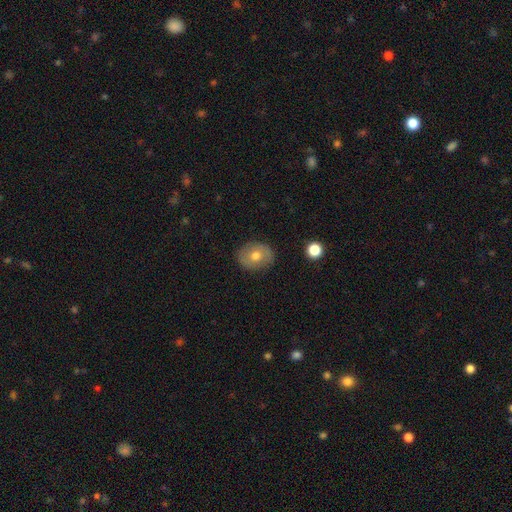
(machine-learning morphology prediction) type=smooth (63%); roundness=round (50%); merging=none (85%).